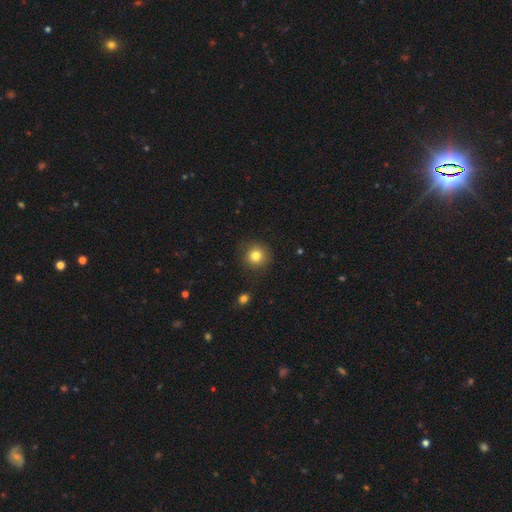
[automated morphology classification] Smooth or featured? smooth (80%)
How rounded? round (94%)
Merging? none (89%)